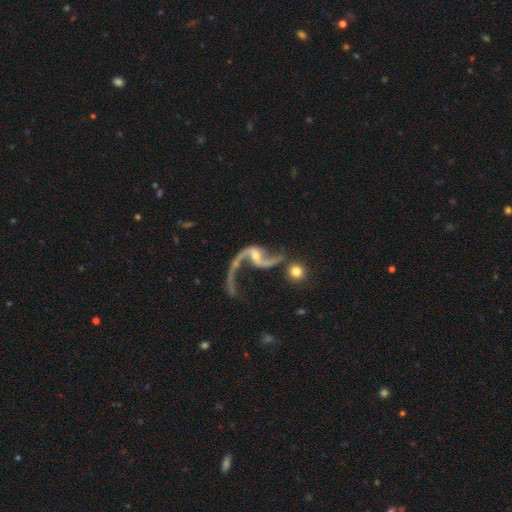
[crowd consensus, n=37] Smooth or featured: featured or disk — 95% (star or artifact — 5%)
Edge-on disk: no — 100%
Bar: no — 46% (weak — 43%)
Spiral arms: yes — 94% (no — 6%)
Spiral winding: loose — 94% (medium — 6%)
Spiral arm count: 2 — 94% (1 — 6%)
Bulge size: small — 60% (moderate — 26%)
Merging: none — 49% (major disturbance — 29%)